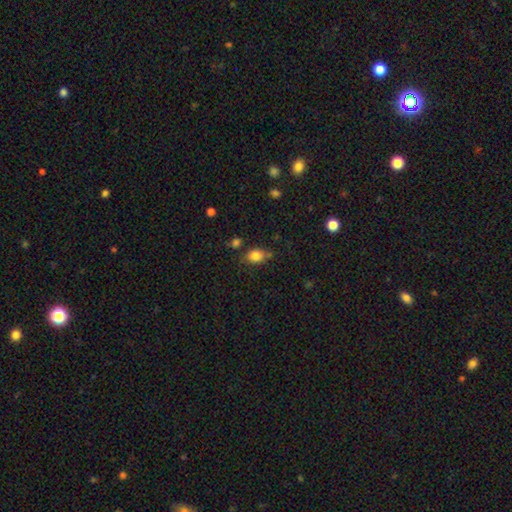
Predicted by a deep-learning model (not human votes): This appears to be a smooth galaxy with no disk features (83%) that is in between round and cigar-shaped (70%). Merging: none (70%).